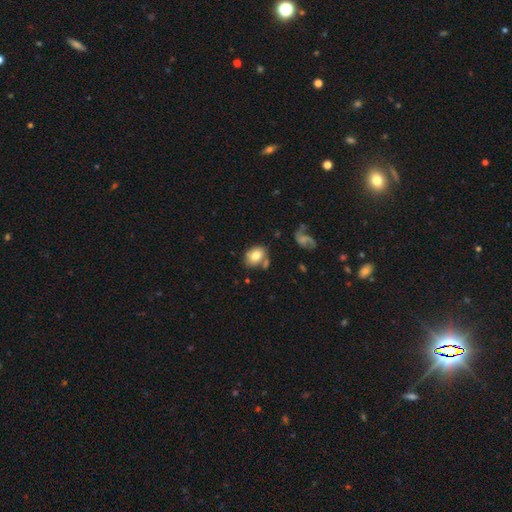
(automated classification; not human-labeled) The model was most divided on "how rounded": in between: 64%, round: 35%, cigar-shaped: 1%. More confident: smooth or featured — smooth (77%); merging — none (63%).